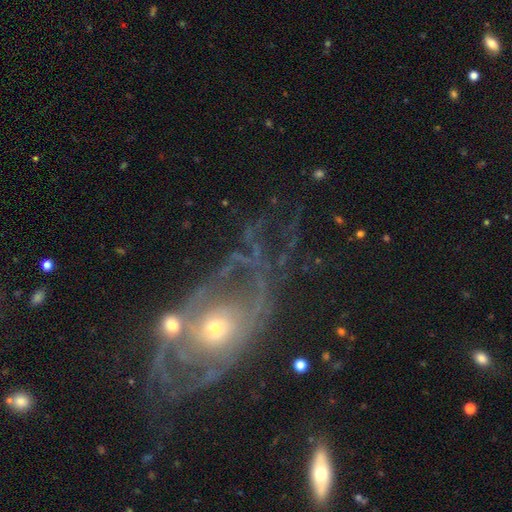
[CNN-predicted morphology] This appears to be a featured or disk galaxy (81%) with no bar (76%), tight (47%) spiral arms (80%) and a small central bulge (48%). Merging: none (49%).